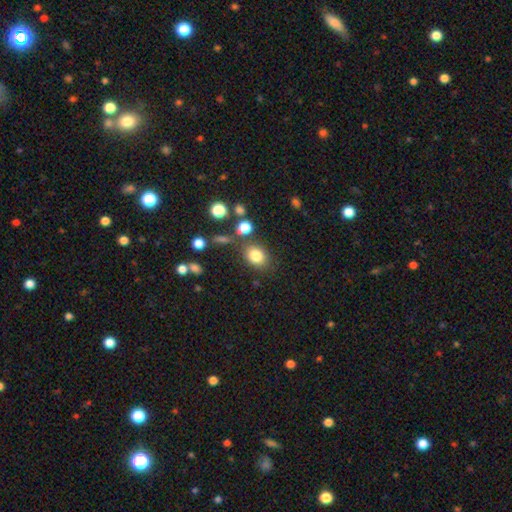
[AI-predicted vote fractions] This is clearly a smooth galaxy (82%). How rounded: possibly in between (53%). Merging: likely none (73%).